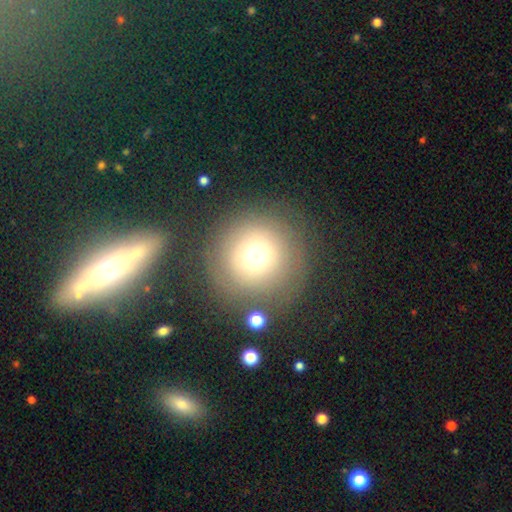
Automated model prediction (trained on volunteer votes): Smooth or featured? Predicted: smooth (p=0.68). How rounded? Predicted: round (p=0.93). Merging? Predicted: none (p=0.76).